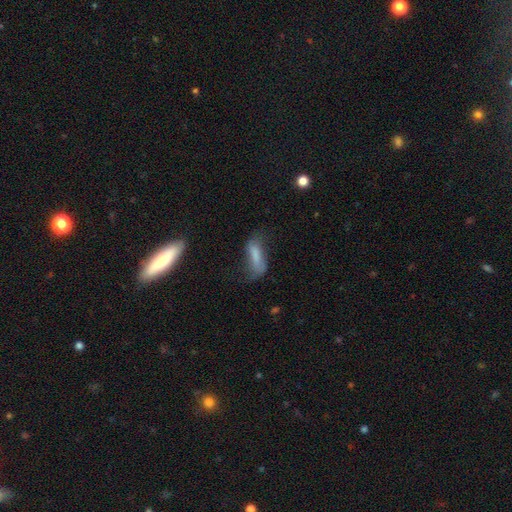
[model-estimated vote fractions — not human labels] Smooth or featured? smooth (66%)
How rounded? in between (59%)
Merging? none (40%)